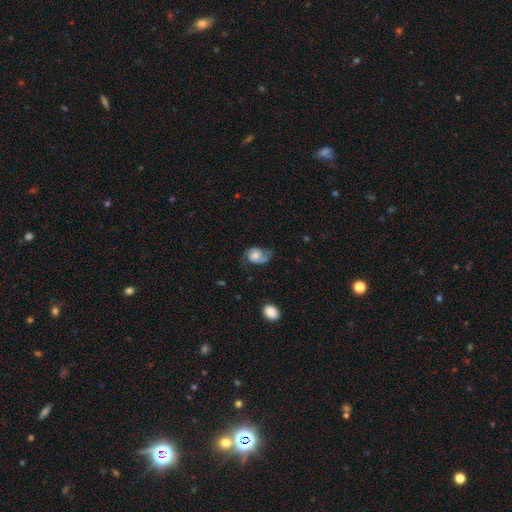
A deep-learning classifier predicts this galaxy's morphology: featured or disk 64%, smooth 28%, star or artifact 8%. Down the decision tree: edge-on disk — no (97%); bar — no (66%); spiral arms — yes (91%); spiral arm count — 2 (79%); spiral winding — medium (45%); bulge size — moderate (53%); merging — none (56%).